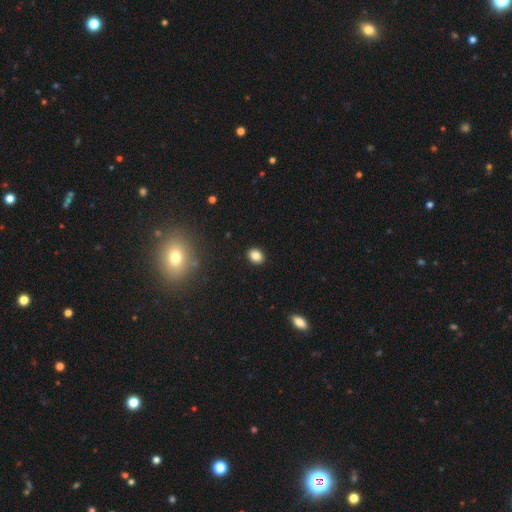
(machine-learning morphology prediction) Overall: smooth (85%). How rounded: round (50%; in between 49%). Merging: none (90%).